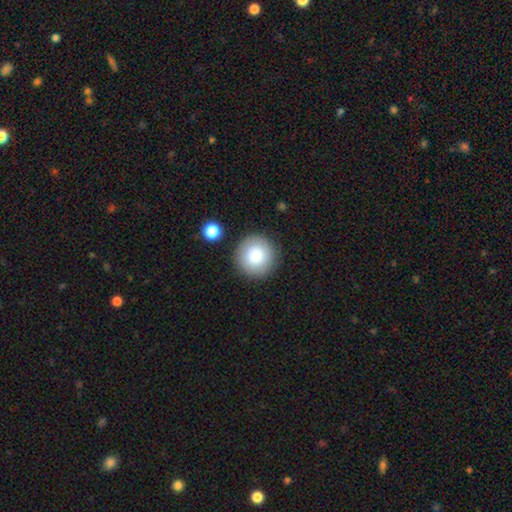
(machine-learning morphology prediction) smooth-or-featured: smooth: 85% | star or artifact: 8% | featured or disk: 7%
  how-rounded: round: 95% | in between: 4% | cigar-shaped: 1%
  merging: none: 87% | minor disturbance: 7% | merger: 3% | major disturbance: 3%